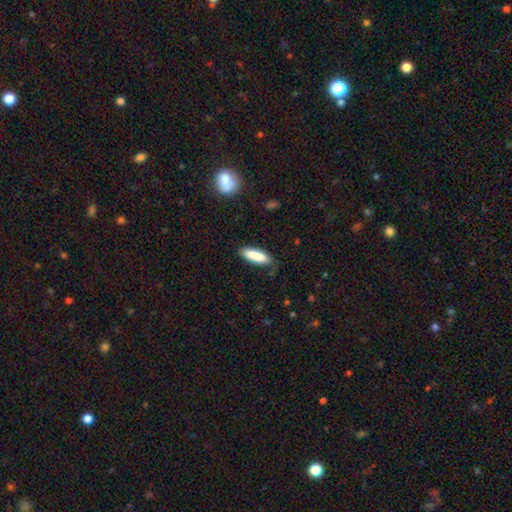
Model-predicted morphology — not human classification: smooth_or_featured: smooth (p=0.87) [alt: featured or disk p=0.07]
how_rounded: cigar-shaped (p=0.50) [alt: in between p=0.48]
merging: none (p=0.78) [alt: minor disturbance p=0.17]